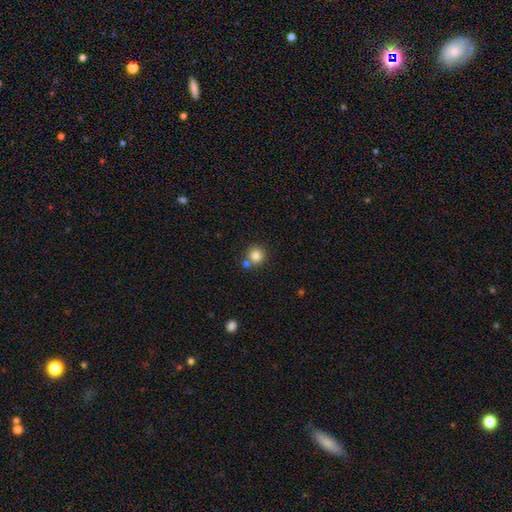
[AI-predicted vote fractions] This appears to be a smooth galaxy with no disk features (83%) that is round (93%). Merging: none (68%).